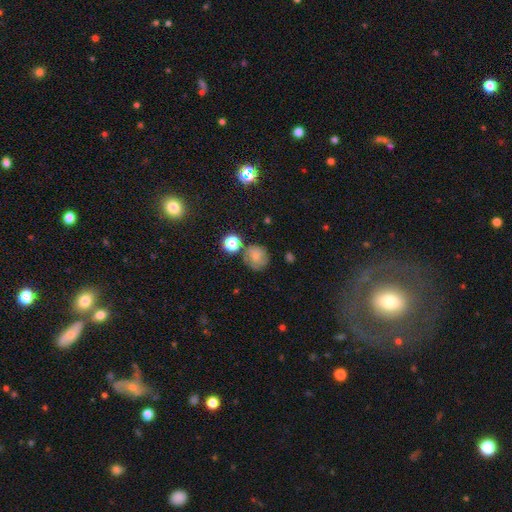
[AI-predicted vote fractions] This appears to be a smooth galaxy with no disk features (51%) that is round (81%). Merging: none (63%).